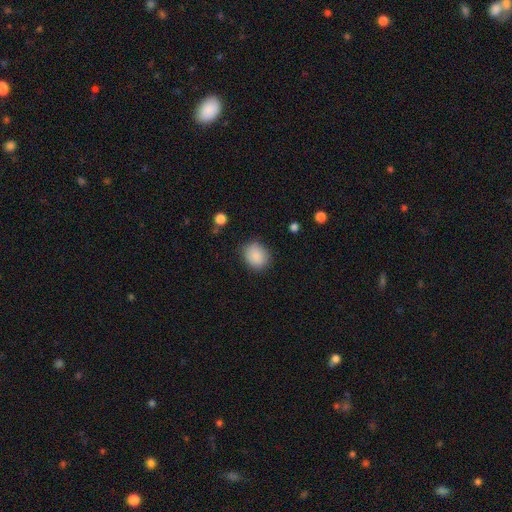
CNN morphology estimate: This appears to be a smooth galaxy with no disk features (88%) that is round (53%). Merging: none (84%).